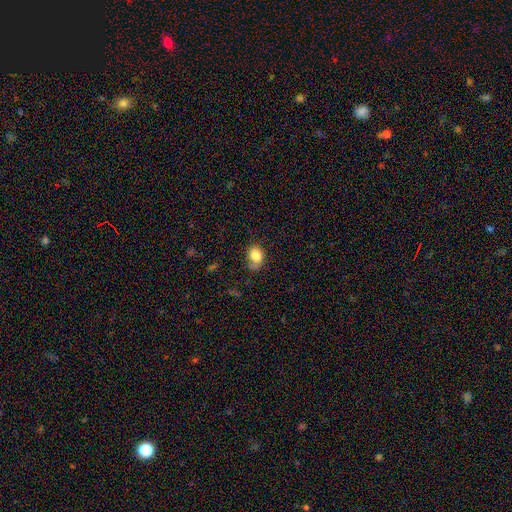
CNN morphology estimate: A smooth galaxy with no disk features (81%) that is in between round and cigar-shaped (54%). Merging: none (59%).